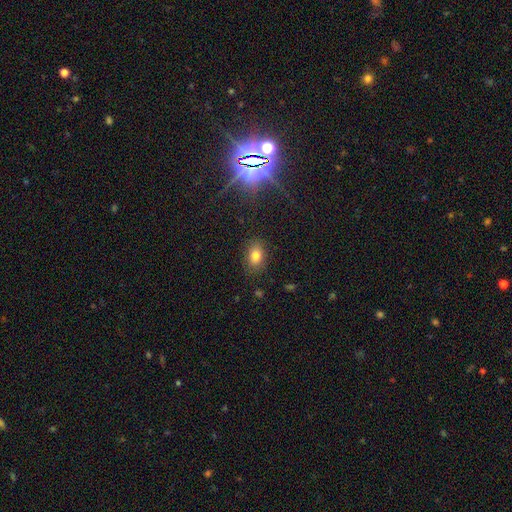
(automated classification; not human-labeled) Smooth or featured?
  - smooth: 80% *
  - star or artifact: 12%
  - featured or disk: 9%
How rounded?
  - in between: 77% *
  - round: 21%
  - cigar-shaped: 1%
Merging?
  - none: 85% *
  - minor disturbance: 11%
  - major disturbance: 3%
  - merger: 1%